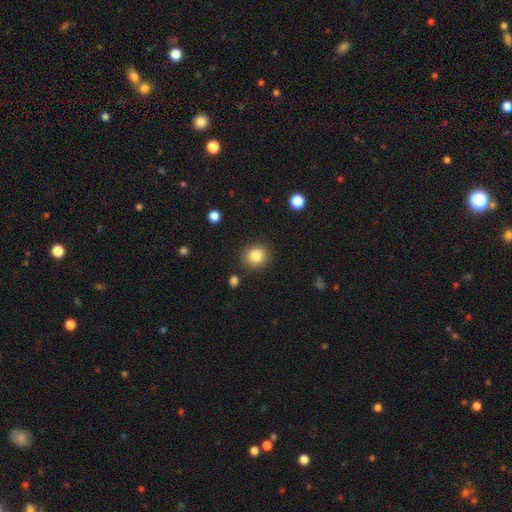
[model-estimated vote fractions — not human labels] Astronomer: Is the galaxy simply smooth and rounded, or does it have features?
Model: smooth — 83%.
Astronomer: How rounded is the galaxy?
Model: round — 81%.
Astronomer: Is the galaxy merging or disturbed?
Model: none — 88%.